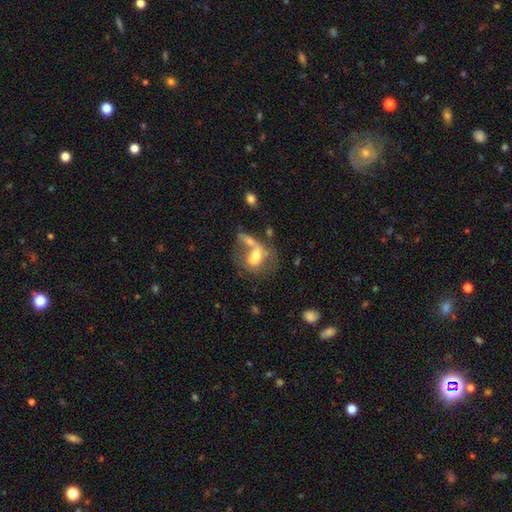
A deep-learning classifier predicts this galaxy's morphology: This appears to be a smooth galaxy with no disk features (51%) that is in between round and cigar-shaped (61%). Merging: merger (47%).